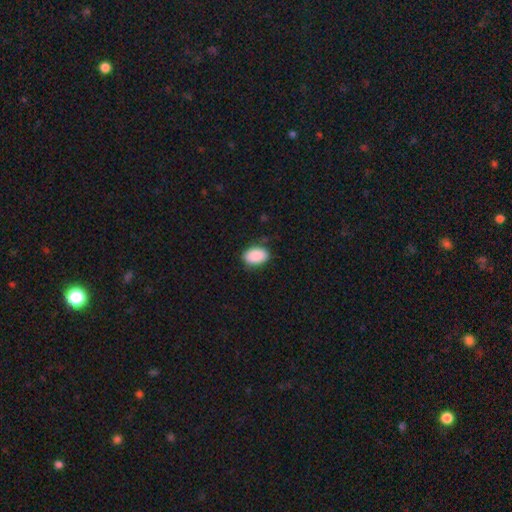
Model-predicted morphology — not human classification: smooth-or-featured: smooth: 91% | star or artifact: 7% | featured or disk: 3%
  how-rounded: in between: 90% | round: 9% | cigar-shaped: 1%
  merging: none: 84% | minor disturbance: 12% | major disturbance: 3% | merger: 1%